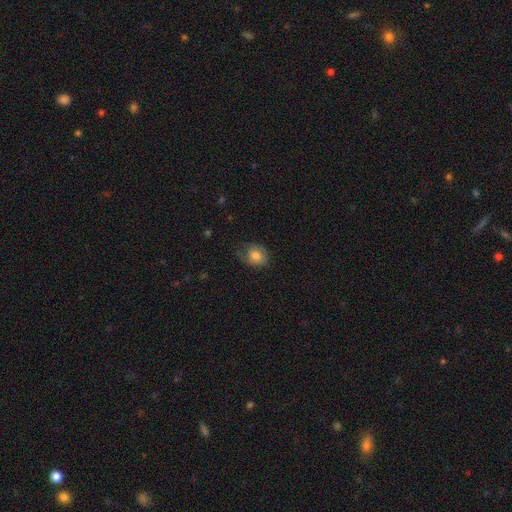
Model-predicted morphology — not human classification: Smooth or featured? smooth (65%)
How rounded? in between (58%)
Merging? none (55%)